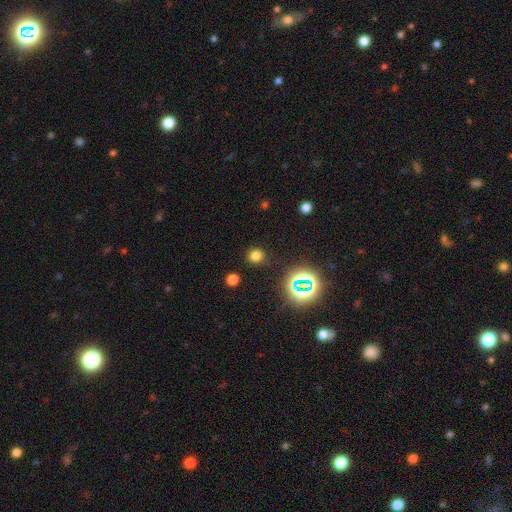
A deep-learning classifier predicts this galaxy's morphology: Smooth or featured: smooth — 71% (star or artifact — 23%)
How rounded: round — 83% (in between — 16%)
Merging: none — 87% (minor disturbance — 8%)